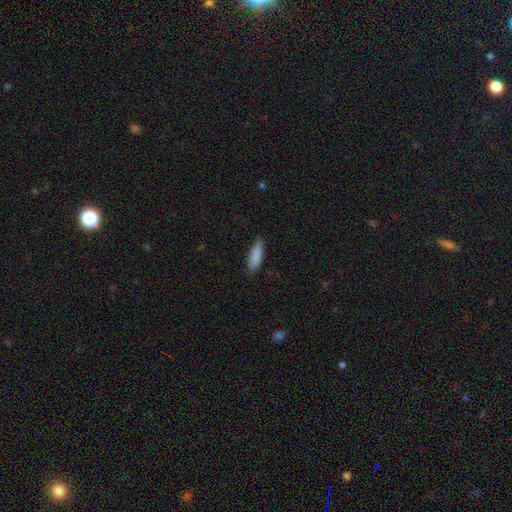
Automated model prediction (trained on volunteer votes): smooth-or-featured: smooth: 87% | featured or disk: 7% | star or artifact: 6%
  how-rounded: cigar-shaped: 56% | in between: 43% | round: 1%
  merging: none: 82% | minor disturbance: 15% | major disturbance: 2% | merger: 1%